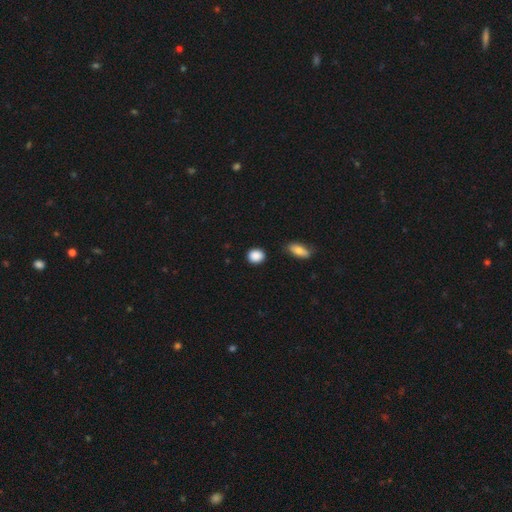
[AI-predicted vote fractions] Overall: smooth (89%). How rounded: round (68%; in between 30%). Merging: none (85%).